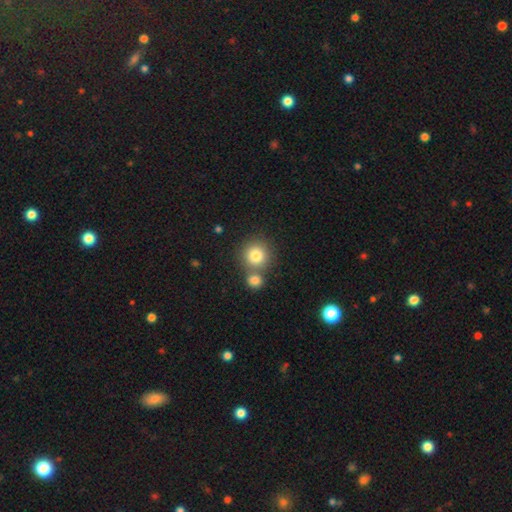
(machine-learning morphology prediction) Smooth or featured: smooth — 80% (star or artifact — 11%)
How rounded: round — 91% (in between — 9%)
Merging: none — 58% (merger — 32%)